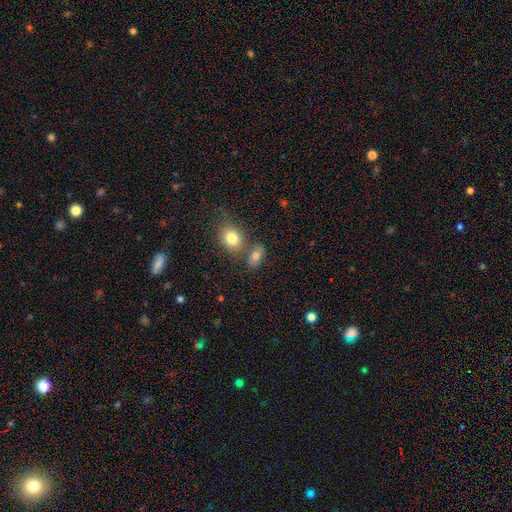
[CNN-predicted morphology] Smooth or featured? Predicted: smooth (p=0.77). How rounded? Predicted: in between (p=0.82). Merging? Predicted: none (p=0.60).